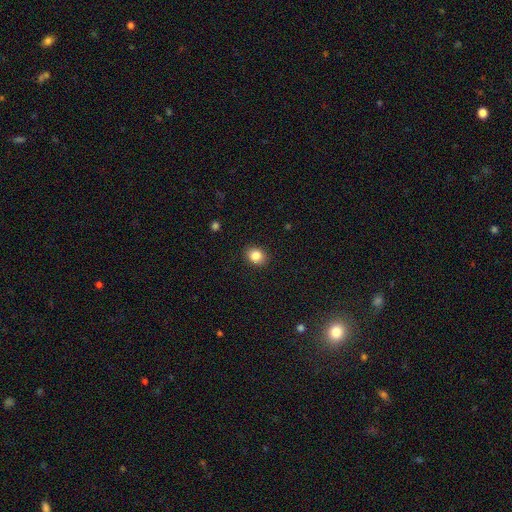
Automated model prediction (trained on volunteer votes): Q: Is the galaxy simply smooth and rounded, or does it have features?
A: smooth — 85%.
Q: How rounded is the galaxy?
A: round — 51%.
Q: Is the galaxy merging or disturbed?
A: none — 89%.